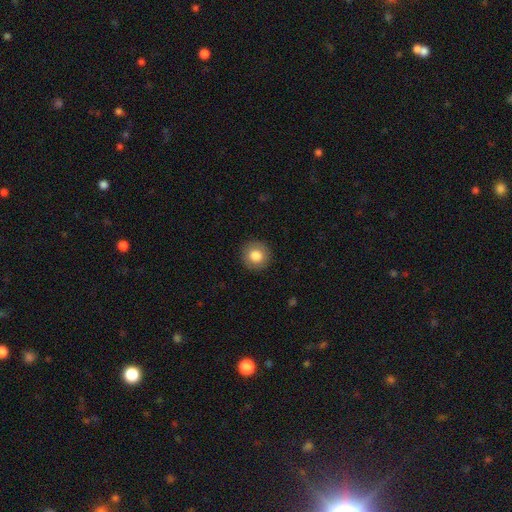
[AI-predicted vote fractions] A smooth galaxy with no disk features (82%) that is round (93%). Merging: none (91%).